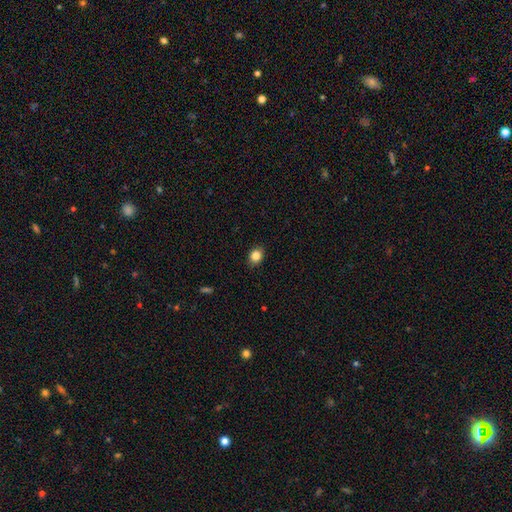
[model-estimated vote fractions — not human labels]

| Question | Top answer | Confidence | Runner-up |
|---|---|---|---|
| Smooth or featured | smooth | 85% | star or artifact (10%) |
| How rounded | round | 54% | in between (45%) |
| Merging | none | 87% | minor disturbance (10%) |